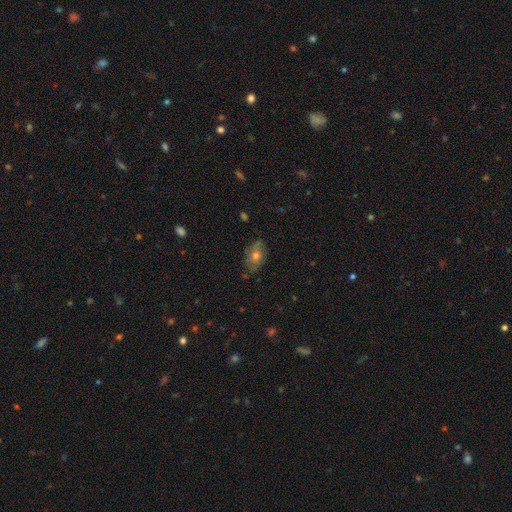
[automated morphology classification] smooth 56%, featured or disk 31%, star or artifact 13%. Down the decision tree: how rounded — in between (79%); merging — none (72%).